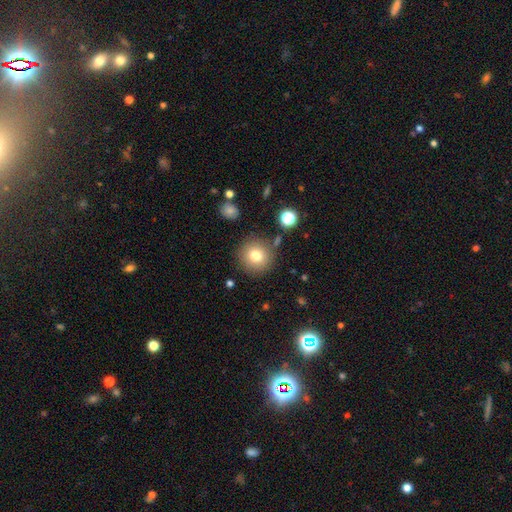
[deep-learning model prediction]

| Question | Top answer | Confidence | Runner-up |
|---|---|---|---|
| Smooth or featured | smooth | 76% | star or artifact (12%) |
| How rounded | round | 94% | in between (5%) |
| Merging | none | 85% | minor disturbance (8%) |